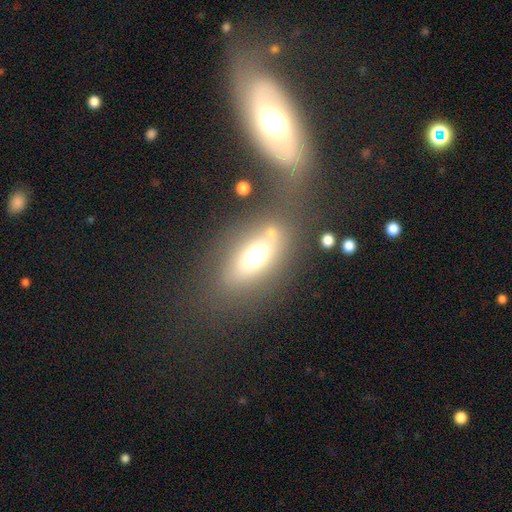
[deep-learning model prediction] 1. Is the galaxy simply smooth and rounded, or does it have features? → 61% smooth, 27% featured or disk, 12% star or artifact.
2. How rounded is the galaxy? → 76% in between, 12% cigar-shaped, 11% round.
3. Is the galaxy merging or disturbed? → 55% none, 20% merger, 15% minor disturbance, 11% major disturbance.